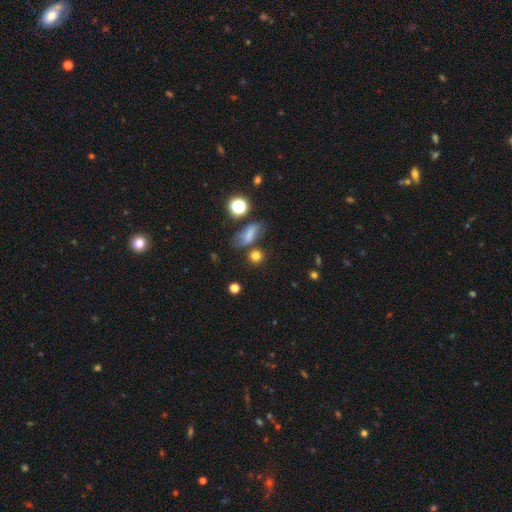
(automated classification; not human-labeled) Overall: smooth (73%). How rounded: round (64%; in between 30%). Merging: none (66%).